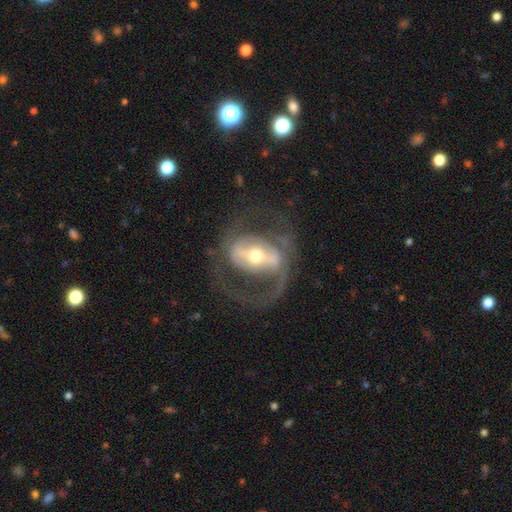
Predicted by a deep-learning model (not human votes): This appears to be a featured or disk galaxy (83%) with a strong bar (55%), 2 (75%) medium (50%) spiral arms (78%) and a moderate central bulge (60%). Merging: none (58%).